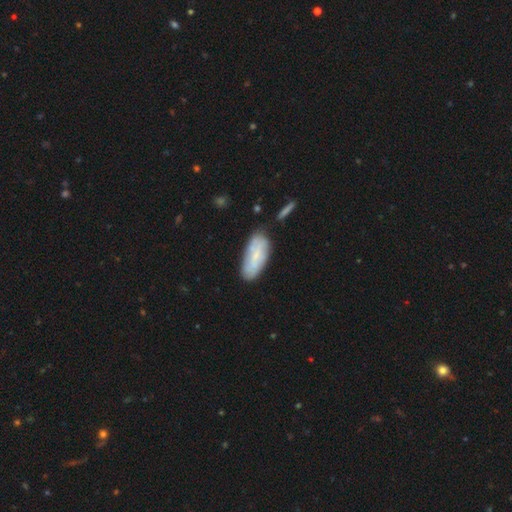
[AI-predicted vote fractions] Smooth or featured? smooth (62%)
How rounded? in between (82%)
Merging? none (69%)